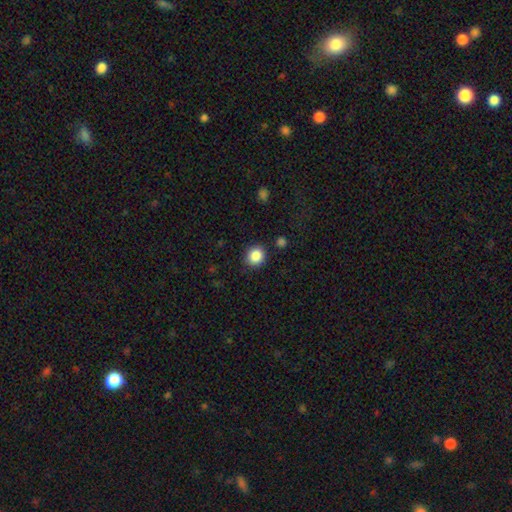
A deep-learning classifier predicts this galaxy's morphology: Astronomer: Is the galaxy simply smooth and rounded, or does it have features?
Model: smooth — 86%.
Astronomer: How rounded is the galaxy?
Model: round — 82%.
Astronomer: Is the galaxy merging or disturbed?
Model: none — 88%.